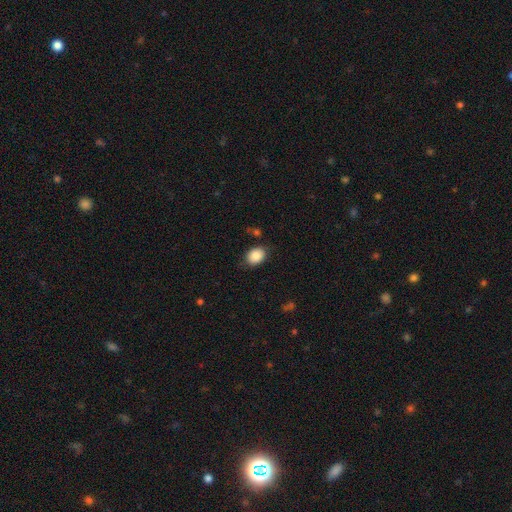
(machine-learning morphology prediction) smooth_or_featured: smooth (p=0.87) [alt: star or artifact p=0.08]
how_rounded: in between (p=0.68) [alt: round p=0.31]
merging: none (p=0.80) [alt: minor disturbance p=0.14]